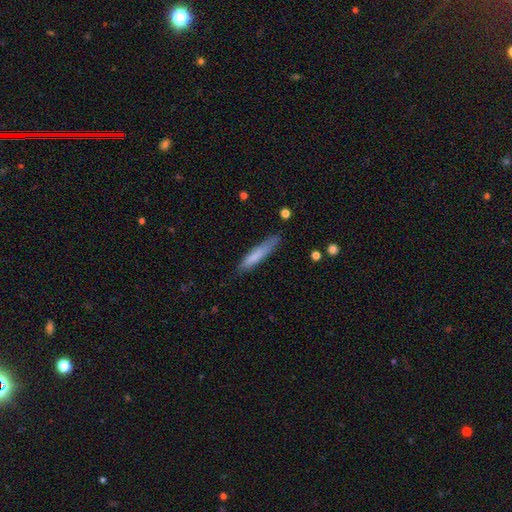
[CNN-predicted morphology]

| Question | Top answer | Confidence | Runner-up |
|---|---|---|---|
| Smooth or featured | smooth | 76% | featured or disk (18%) |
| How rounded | cigar-shaped | 89% | in between (10%) |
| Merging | none | 76% | minor disturbance (19%) |